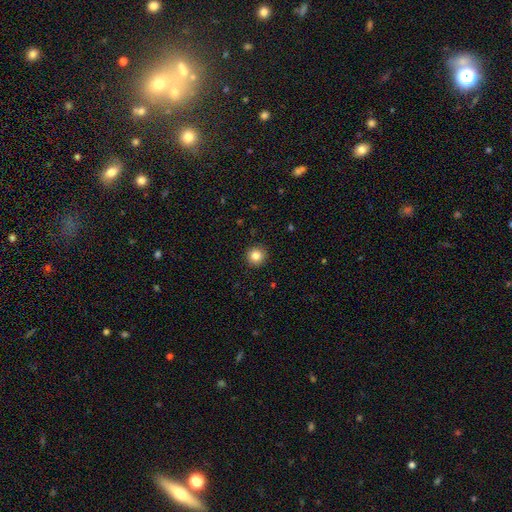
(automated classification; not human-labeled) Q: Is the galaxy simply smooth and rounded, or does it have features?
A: smooth — 84%.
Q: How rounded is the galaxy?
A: round — 95%.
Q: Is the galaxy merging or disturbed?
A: none — 93%.